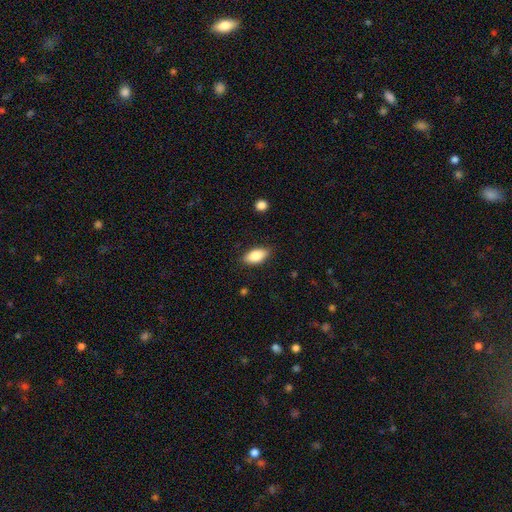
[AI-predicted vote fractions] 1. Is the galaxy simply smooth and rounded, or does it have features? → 84% smooth, 9% featured or disk, 7% star or artifact.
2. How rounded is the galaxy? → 90% in between, 7% cigar-shaped, 4% round.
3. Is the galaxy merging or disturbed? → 85% none, 11% minor disturbance, 3% major disturbance, 1% merger.